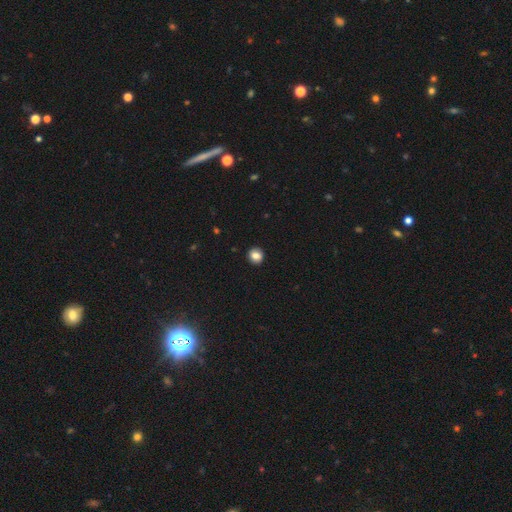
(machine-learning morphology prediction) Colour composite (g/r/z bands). It shows a smooth galaxy with no disk features (84%) that is round (83%). Merging: none (92%).